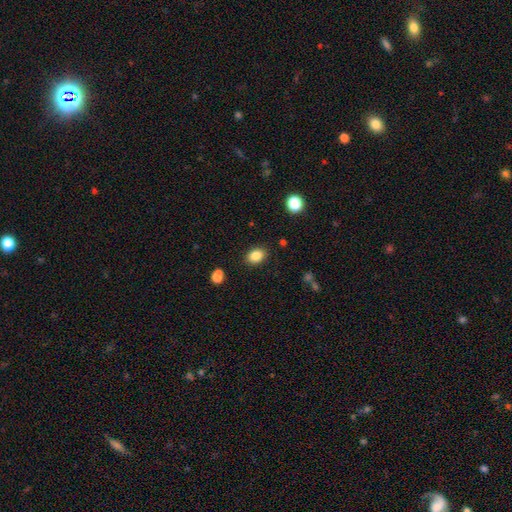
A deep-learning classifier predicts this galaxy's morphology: smooth-or-featured: smooth: 85% | star or artifact: 10% | featured or disk: 6%
  how-rounded: in between: 68% | round: 31% | cigar-shaped: 1%
  merging: none: 86% | minor disturbance: 9% | major disturbance: 3% | merger: 2%